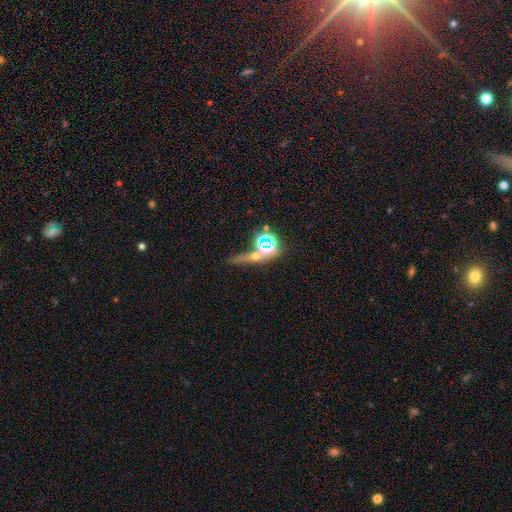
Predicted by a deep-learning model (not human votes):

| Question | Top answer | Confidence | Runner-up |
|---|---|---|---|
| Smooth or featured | star or artifact | 49% | smooth (32%) |